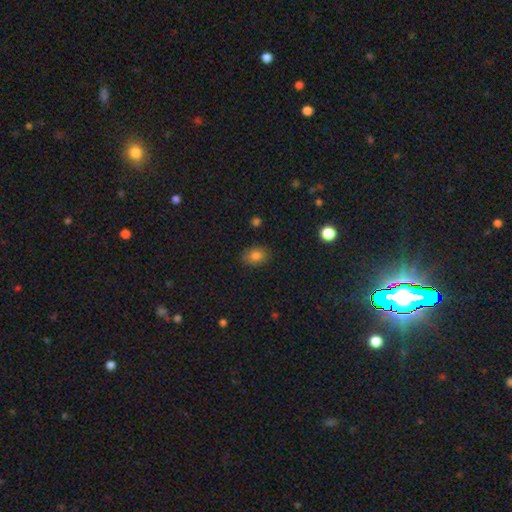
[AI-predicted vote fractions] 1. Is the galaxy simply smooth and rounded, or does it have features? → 83% smooth, 11% star or artifact, 7% featured or disk.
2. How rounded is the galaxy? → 66% in between, 33% round, 1% cigar-shaped.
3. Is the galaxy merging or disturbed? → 84% none, 12% minor disturbance, 3% major disturbance, 1% merger.